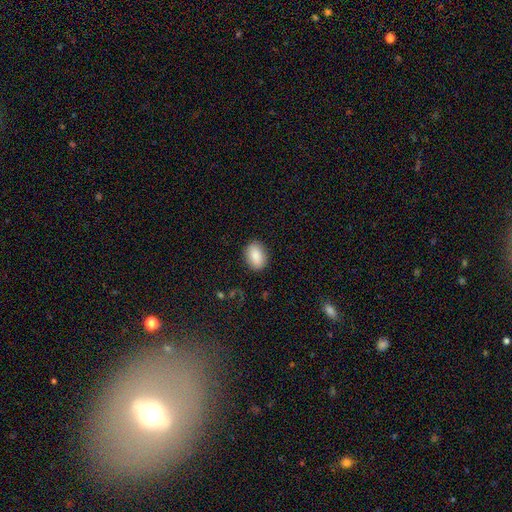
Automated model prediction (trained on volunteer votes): This appears to be a smooth galaxy with no disk features (88%) that is in between round and cigar-shaped (82%). Merging: none (88%).